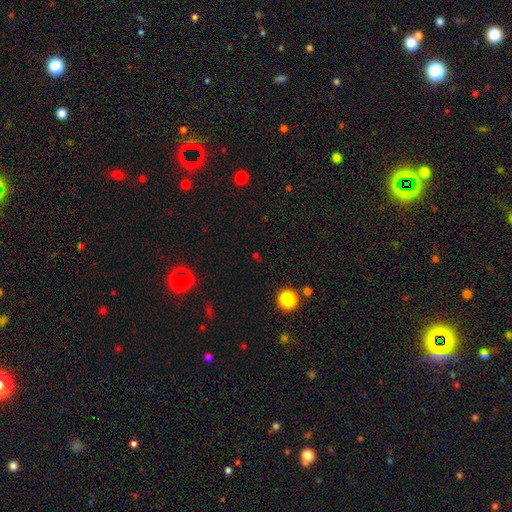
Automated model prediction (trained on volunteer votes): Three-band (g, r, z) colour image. It shows a star or artifact, not a galaxy (52%).